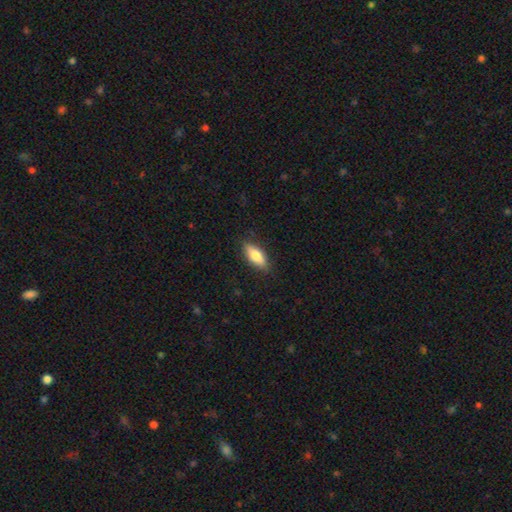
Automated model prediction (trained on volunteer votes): smooth-or-featured: smooth: 74% | featured or disk: 20% | star or artifact: 6%
  how-rounded: in between: 73% | cigar-shaped: 24% | round: 3%
  merging: none: 85% | minor disturbance: 11% | major disturbance: 2% | merger: 1%